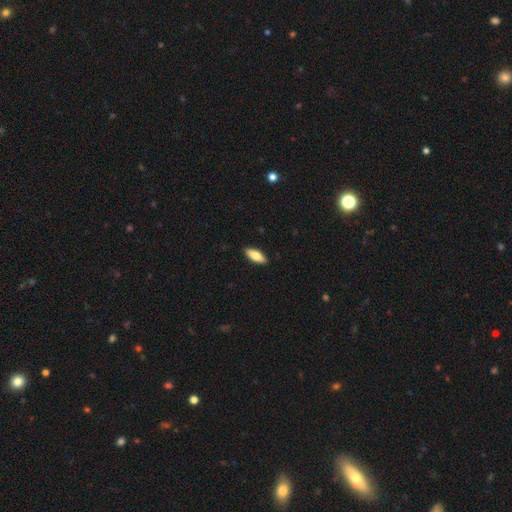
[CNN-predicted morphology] Smooth or featured?
  - smooth: 75% *
  - featured or disk: 20%
  - star or artifact: 6%
How rounded?
  - in between: 74% *
  - cigar-shaped: 24%
  - round: 2%
Merging?
  - none: 90% *
  - minor disturbance: 7%
  - major disturbance: 1%
  - merger: 1%